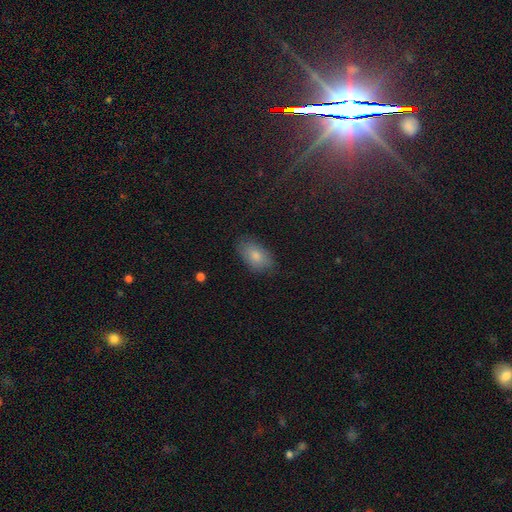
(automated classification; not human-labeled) A smooth galaxy with no disk features (80%) that is in between round and cigar-shaped (92%). Merging: none (78%).